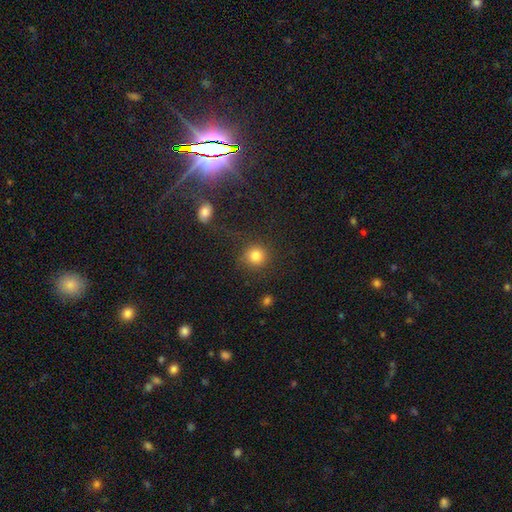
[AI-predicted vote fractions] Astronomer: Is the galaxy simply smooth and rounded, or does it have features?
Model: smooth — 82%.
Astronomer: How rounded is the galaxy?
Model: round — 91%.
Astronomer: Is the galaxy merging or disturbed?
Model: none — 82%.